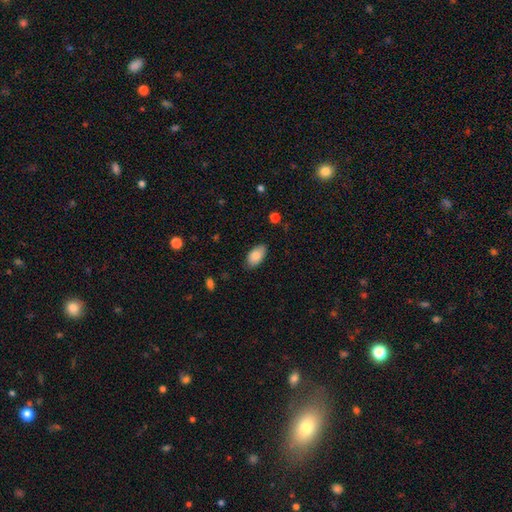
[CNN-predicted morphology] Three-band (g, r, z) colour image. It shows a smooth galaxy with no disk features (85%) that is in between round and cigar-shaped (94%). Merging: none (83%).